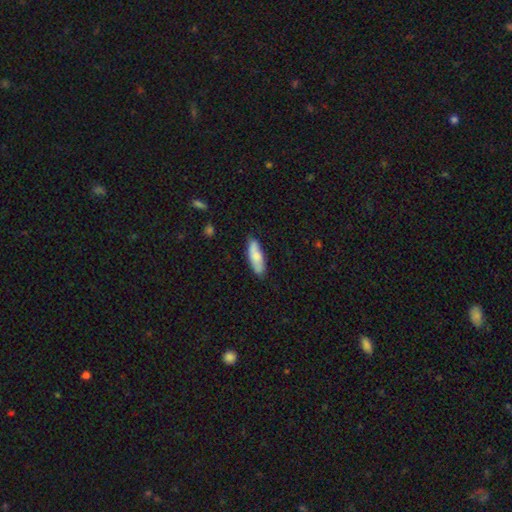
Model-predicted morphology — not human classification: Smooth or featured?
  - smooth: 75% *
  - featured or disk: 20%
  - star or artifact: 6%
How rounded?
  - in between: 52% *
  - cigar-shaped: 46%
  - round: 2%
Merging?
  - none: 80% *
  - minor disturbance: 16%
  - major disturbance: 3%
  - merger: 2%